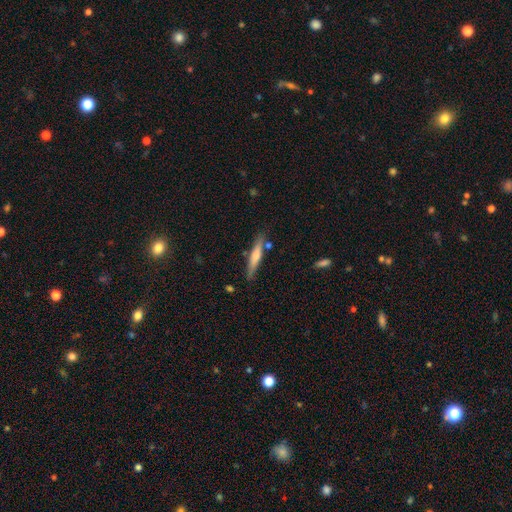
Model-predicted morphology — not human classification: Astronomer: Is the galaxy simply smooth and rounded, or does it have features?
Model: smooth — 57% (runner-up: featured or disk, 37%).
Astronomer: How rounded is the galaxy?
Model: cigar-shaped — 90%.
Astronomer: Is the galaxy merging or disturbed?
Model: none — 81%.